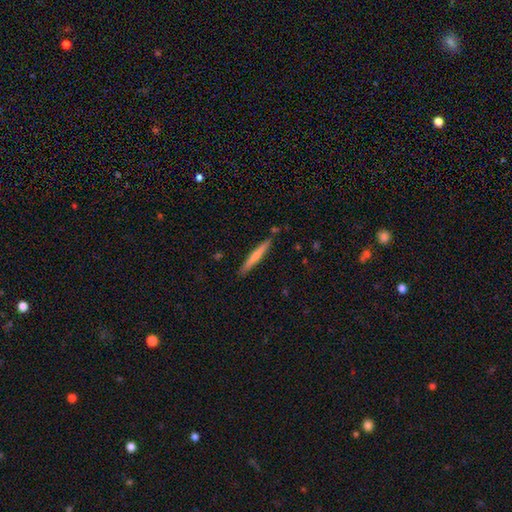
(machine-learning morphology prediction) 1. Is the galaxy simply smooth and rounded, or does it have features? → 58% smooth, 36% featured or disk, 5% star or artifact.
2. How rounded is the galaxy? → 95% cigar-shaped, 3% in between, 1% round.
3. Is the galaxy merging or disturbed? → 87% none, 9% minor disturbance, 2% merger, 2% major disturbance.